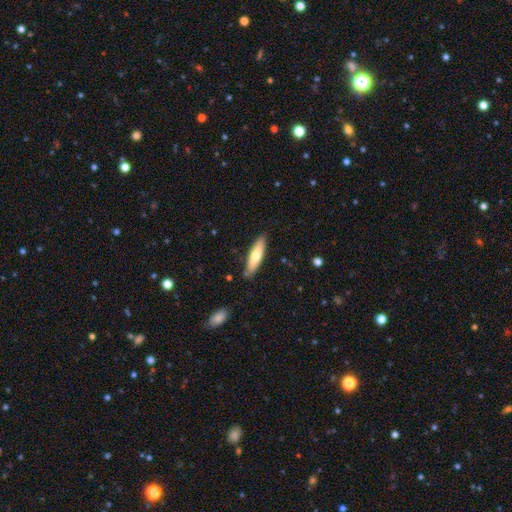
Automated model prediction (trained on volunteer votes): Smooth or featured?
  - smooth: 67% *
  - featured or disk: 27%
  - star or artifact: 6%
How rounded?
  - cigar-shaped: 66% *
  - in between: 33%
  - round: 2%
Merging?
  - none: 85% *
  - minor disturbance: 11%
  - merger: 2%
  - major disturbance: 2%